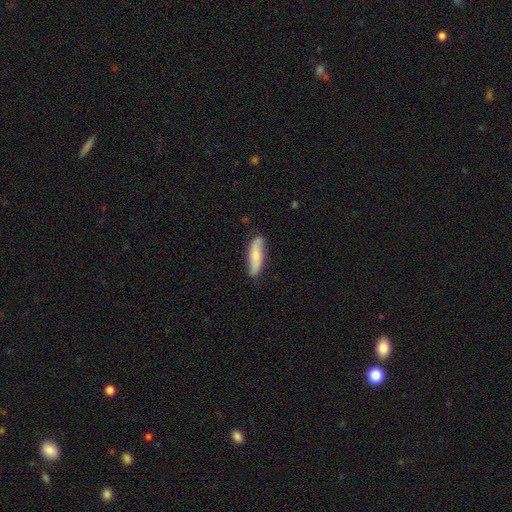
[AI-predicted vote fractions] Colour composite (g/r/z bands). It shows a smooth galaxy with no disk features (68%) that is cigar-shaped (53%). Merging: none (80%).